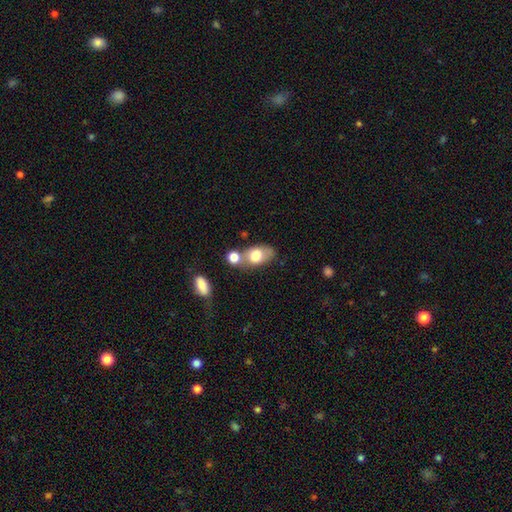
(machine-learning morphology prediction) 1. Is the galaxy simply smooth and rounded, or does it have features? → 74% smooth, 18% featured or disk, 8% star or artifact.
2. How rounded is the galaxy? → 84% in between, 14% round, 3% cigar-shaped.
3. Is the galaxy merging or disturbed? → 41% none, 33% merger, 17% minor disturbance, 8% major disturbance.